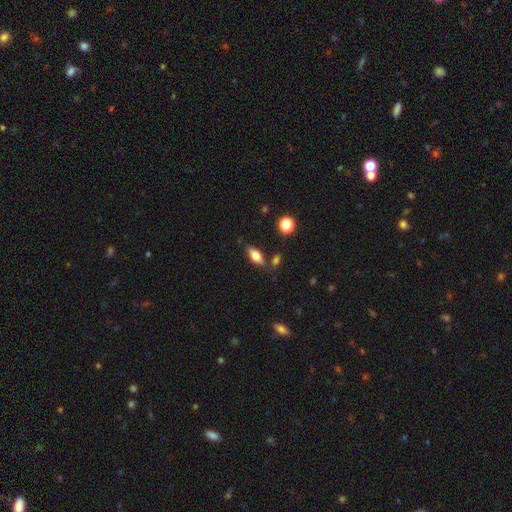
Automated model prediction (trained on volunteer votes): This appears to be a smooth galaxy with no disk features (70%) that is in between round and cigar-shaped (79%). Merging: none (74%).